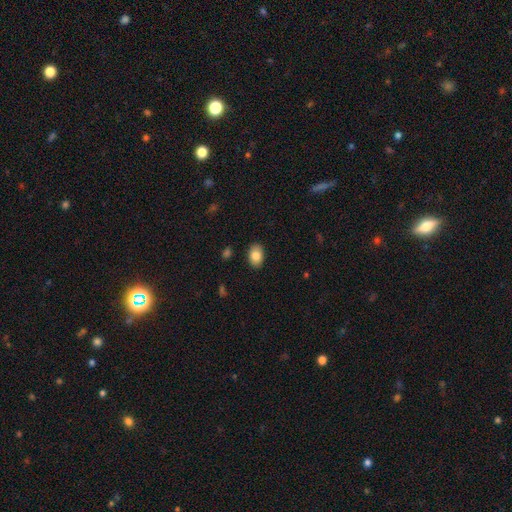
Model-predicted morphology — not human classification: Overall: smooth (84%). How rounded: in between (84%). Merging: none (88%).